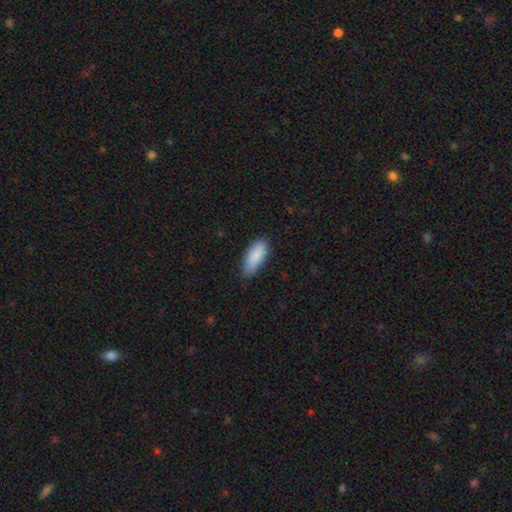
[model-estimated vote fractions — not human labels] Overall: smooth (88%). How rounded: in between (79%). Merging: none (71%).